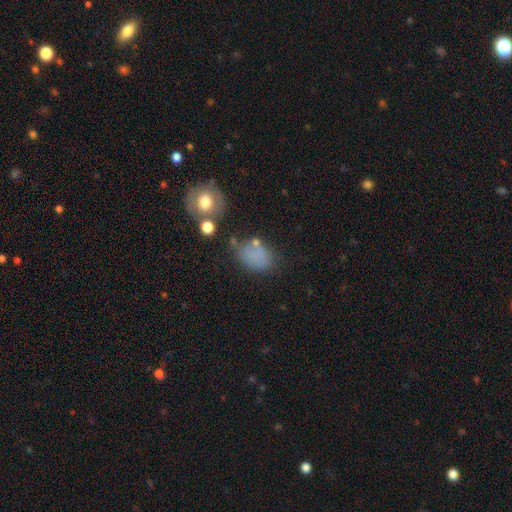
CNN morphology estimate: type=smooth (73%); roundness=in between (74%); merging=none (55%).